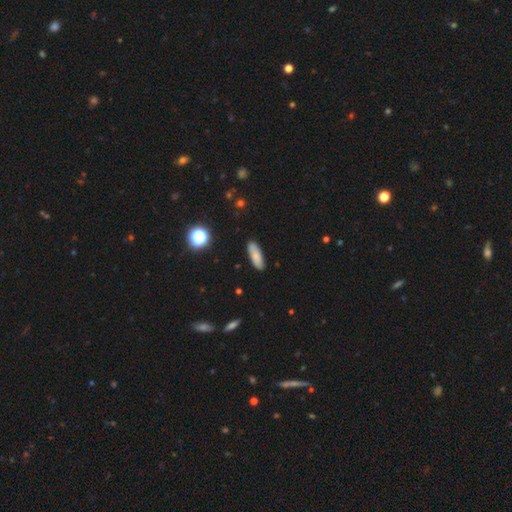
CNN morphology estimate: Q: Smooth or featured?
A: smooth (80%); runner-up: featured or disk (12%)
Q: How rounded?
A: in between (52%); runner-up: cigar-shaped (45%)
Q: Merging?
A: none (86%); runner-up: minor disturbance (10%)